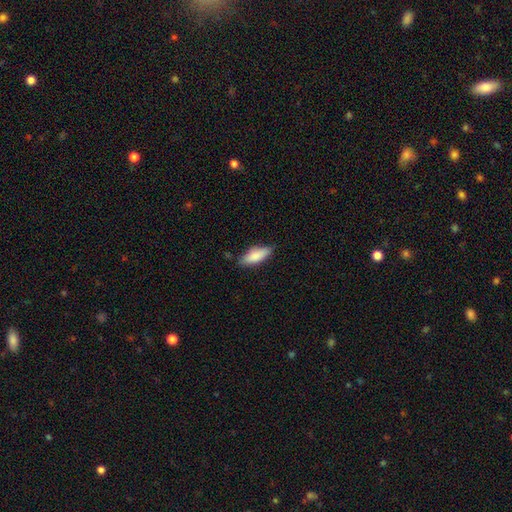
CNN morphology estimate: Smooth or featured? Predicted: smooth (p=0.83). How rounded? Predicted: in between (p=0.70). Merging? Predicted: none (p=0.78).